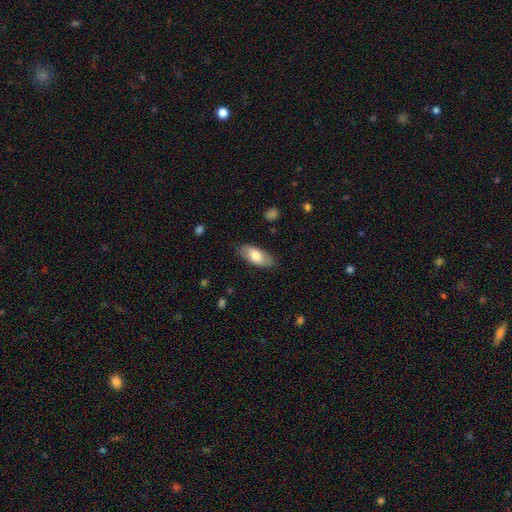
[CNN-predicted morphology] This appears to be a smooth galaxy with no disk features (76%) that is in between round and cigar-shaped (89%). Merging: none (83%).